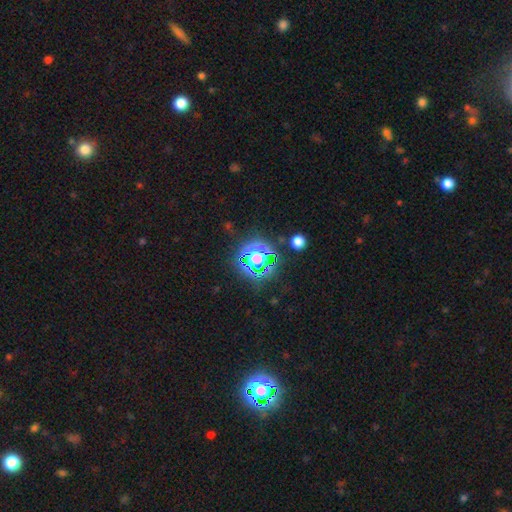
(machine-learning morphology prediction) A star or artifact, not a galaxy (63%).